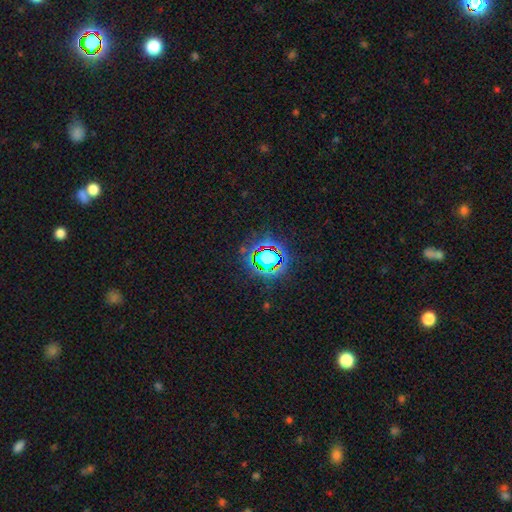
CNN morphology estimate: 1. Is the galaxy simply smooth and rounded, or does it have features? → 80% star or artifact, 12% smooth, 8% featured or disk.